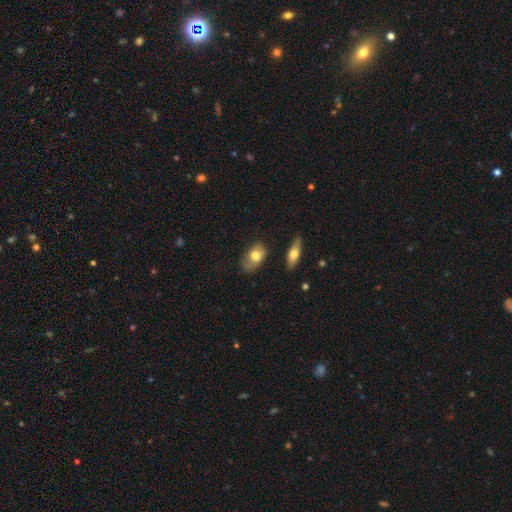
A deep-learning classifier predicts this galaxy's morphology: smooth_or_featured: smooth (p=0.74) [alt: featured or disk p=0.19]
how_rounded: in between (p=0.85) [alt: round p=0.13]
merging: none (p=0.62) [alt: minor disturbance p=0.26]